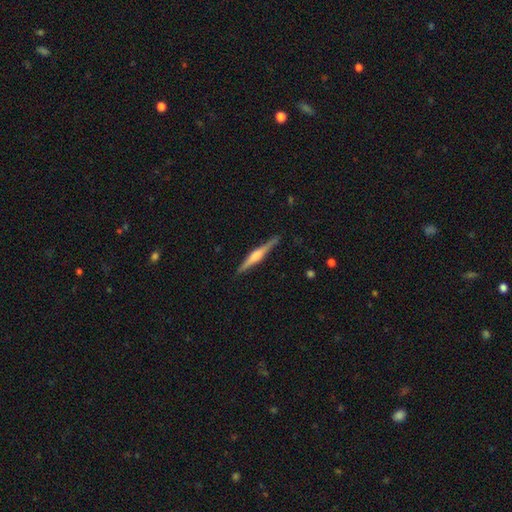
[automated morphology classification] Smooth or featured?
  - featured or disk: 74% *
  - smooth: 21%
  - star or artifact: 5%
Edge-on disk?
  - yes: 98% *
  - no: 2%
Edge-on bulge?
  - rounded: 72% *
  - boxy: 21%
  - none: 7%
Merging?
  - none: 90% *
  - minor disturbance: 7%
  - major disturbance: 1%
  - merger: 1%